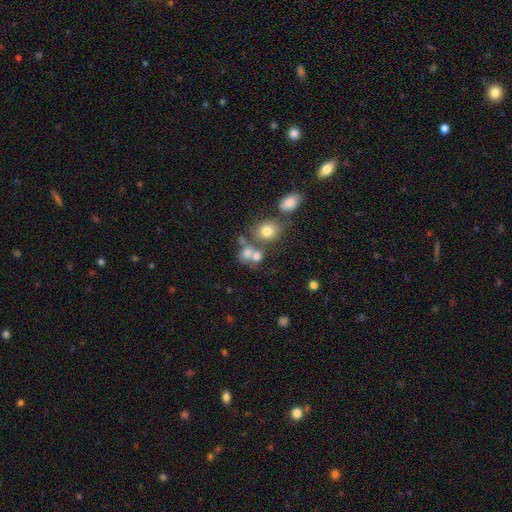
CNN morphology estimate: Overall: smooth (69%). How rounded: round (61%; in between 37%). Merging: merger (41%; none 39%).